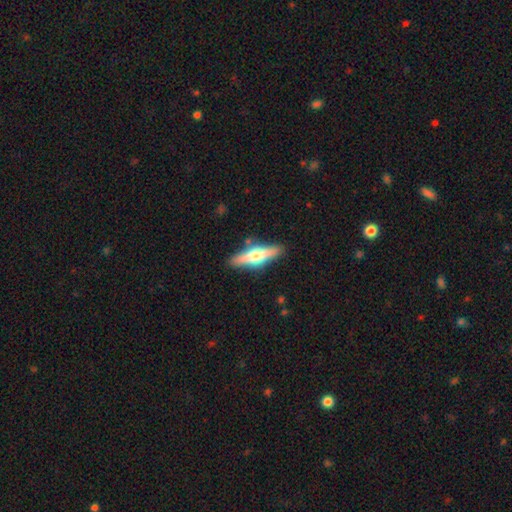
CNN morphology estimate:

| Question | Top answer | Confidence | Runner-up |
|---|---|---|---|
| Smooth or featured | featured or disk | 58% | smooth (36%) |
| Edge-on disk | yes | 94% | no (6%) |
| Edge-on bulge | rounded | 94% | boxy (4%) |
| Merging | none | 87% | minor disturbance (9%) |